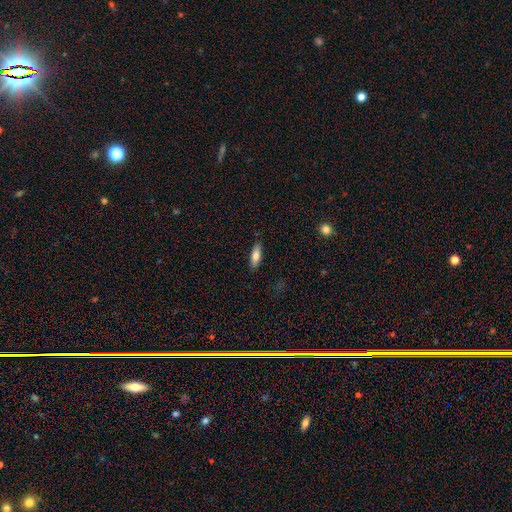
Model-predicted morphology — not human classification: Smooth or featured? smooth (81%)
How rounded? in between (62%)
Merging? none (86%)